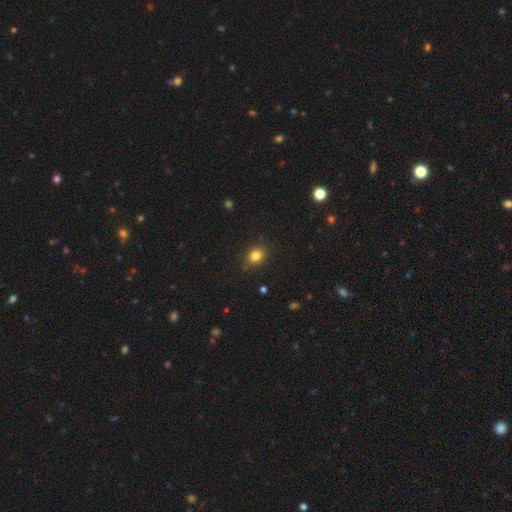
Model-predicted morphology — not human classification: Smooth or featured?
  - smooth: 83% *
  - star or artifact: 11%
  - featured or disk: 6%
How rounded?
  - in between: 54% *
  - round: 45%
  - cigar-shaped: 1%
Merging?
  - none: 86% *
  - minor disturbance: 10%
  - major disturbance: 3%
  - merger: 1%